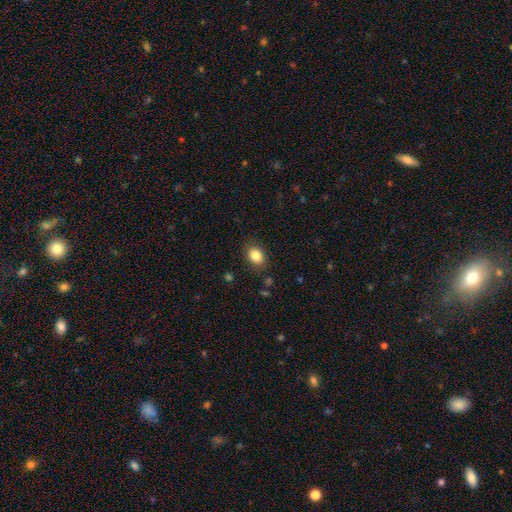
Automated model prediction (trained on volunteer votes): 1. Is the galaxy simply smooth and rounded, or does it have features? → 84% smooth, 9% star or artifact, 7% featured or disk.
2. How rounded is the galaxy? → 66% in between, 33% round, 1% cigar-shaped.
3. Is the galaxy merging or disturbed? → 85% none, 11% minor disturbance, 3% major disturbance, 1% merger.